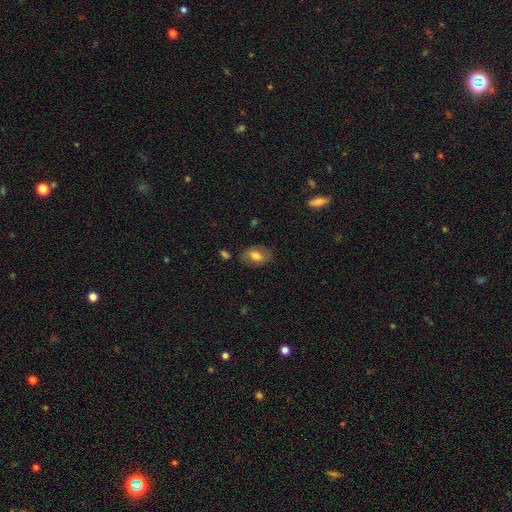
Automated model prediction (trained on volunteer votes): Smooth or featured: smooth — 71% (featured or disk — 22%)
How rounded: in between — 86% (round — 12%)
Merging: none — 76% (minor disturbance — 16%)